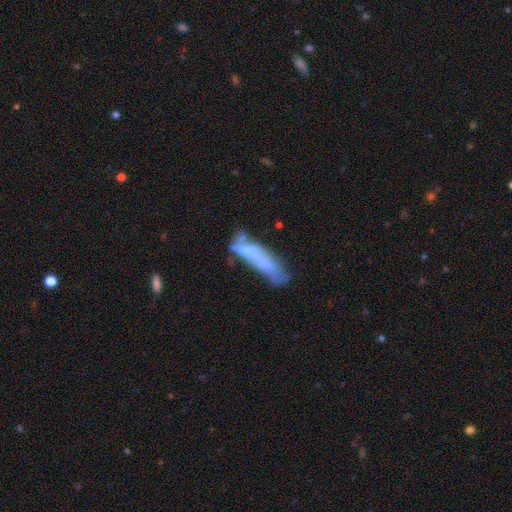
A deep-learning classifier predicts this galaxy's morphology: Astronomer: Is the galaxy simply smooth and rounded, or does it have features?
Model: smooth — 52% (runner-up: featured or disk, 38%).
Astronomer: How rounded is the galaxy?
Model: cigar-shaped — 66%.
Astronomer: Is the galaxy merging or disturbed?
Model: none — 29% (runner-up: major disturbance, 24%).